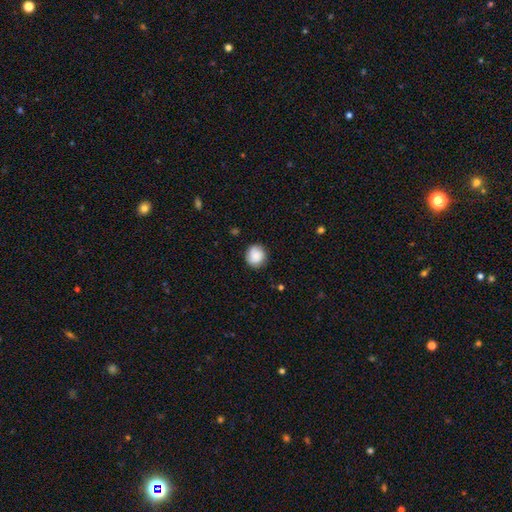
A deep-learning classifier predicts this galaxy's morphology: Q: Smooth or featured?
A: smooth (83%); runner-up: featured or disk (9%)
Q: How rounded?
A: round (88%); runner-up: in between (11%)
Q: Merging?
A: none (82%); runner-up: minor disturbance (14%)